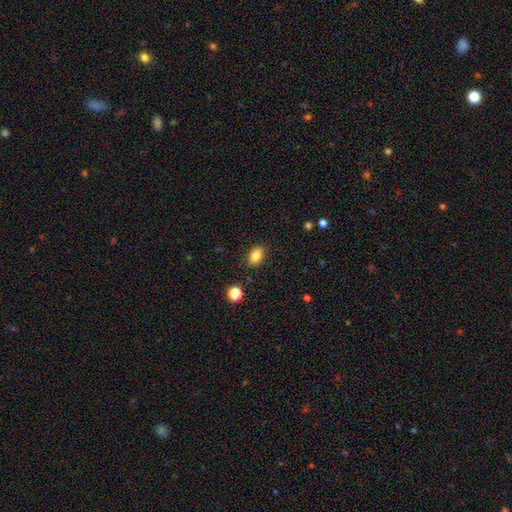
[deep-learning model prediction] Smooth or featured? Predicted: smooth (p=0.84). How rounded? Predicted: in between (p=0.83). Merging? Predicted: none (p=0.86).